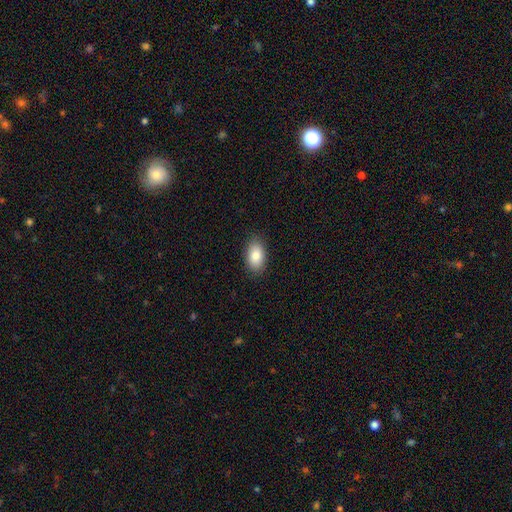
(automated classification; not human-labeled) Smooth or featured? smooth (84%)
How rounded? in between (90%)
Merging? none (88%)